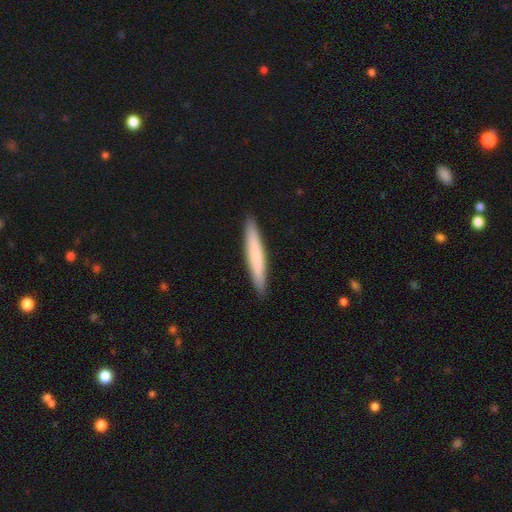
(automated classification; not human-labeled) This appears to be a smooth galaxy with no disk features (72%) that is cigar-shaped (95%). Merging: none (91%).